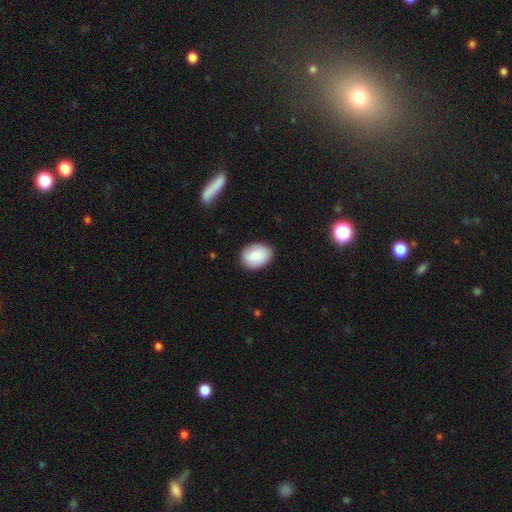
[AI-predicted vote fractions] A smooth galaxy with no disk features (85%) that is in between round and cigar-shaped (70%).

Vote fractions:
- Smooth or featured? smooth: 85% / featured or disk: 9% / star or artifact: 6%
- How rounded? in between: 70% / round: 29% / cigar-shaped: 1%
- Merging? none: 87% / minor disturbance: 10% / major disturbance: 2% / merger: 1%